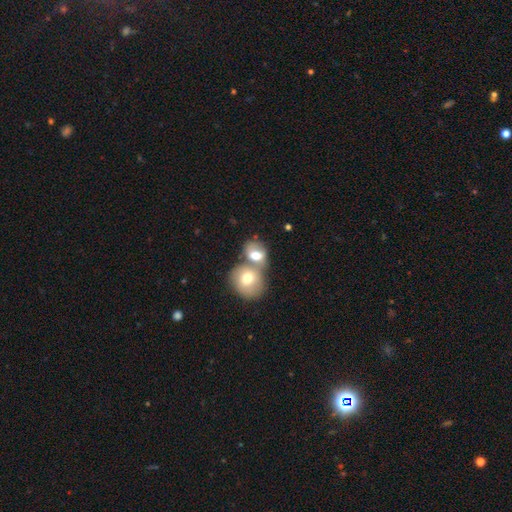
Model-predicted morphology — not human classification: smooth-or-featured: smooth: 70% | featured or disk: 22% | star or artifact: 8%
  how-rounded: in between: 51% | round: 48% | cigar-shaped: 1%
  merging: merger: 67% | none: 23% | minor disturbance: 7% | major disturbance: 3%